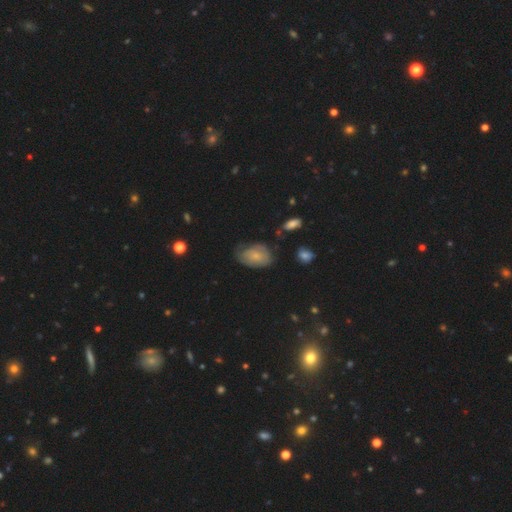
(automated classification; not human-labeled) This is possibly a smooth galaxy (59%). How rounded: clearly in between (84%). Merging: possibly none (49%).